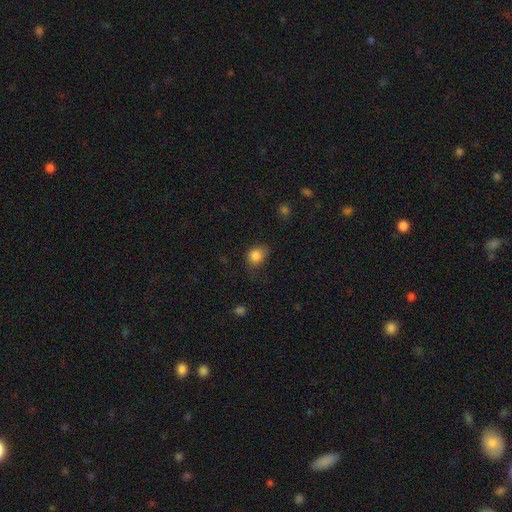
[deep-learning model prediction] Overall: smooth (84%). How rounded: round (61%; in between 38%). Merging: none (55%; minor disturbance 32%).